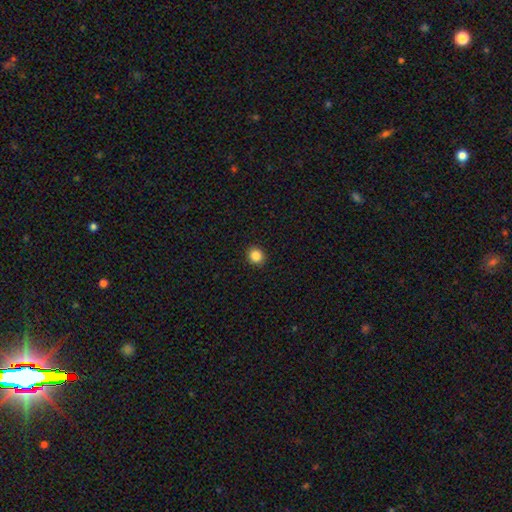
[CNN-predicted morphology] type=smooth (86%); roundness=round (85%); merging=none (92%).